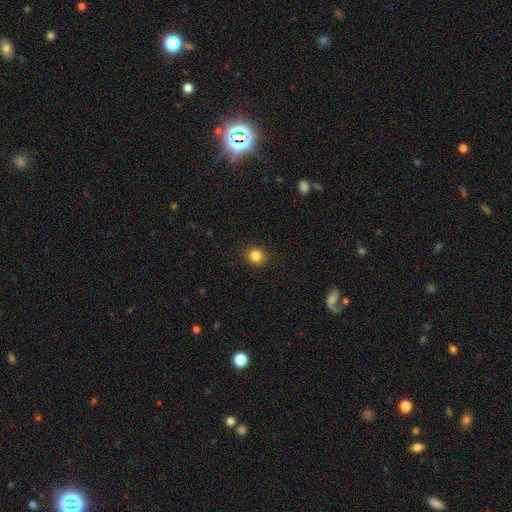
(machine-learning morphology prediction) A smooth galaxy with no disk features (84%) that is round (81%).

Vote fractions:
- Smooth or featured? smooth: 84% / star or artifact: 11% / featured or disk: 5%
- How rounded? round: 81% / in between: 18% / cigar-shaped: 1%
- Merging? none: 91% / minor disturbance: 6% / major disturbance: 2% / merger: 1%